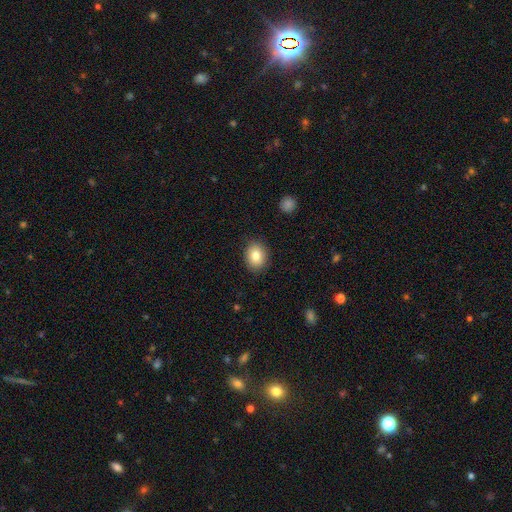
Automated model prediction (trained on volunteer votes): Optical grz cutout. It shows a smooth galaxy with no disk features (83%) that is in between round and cigar-shaped (58%). Merging: none (88%).